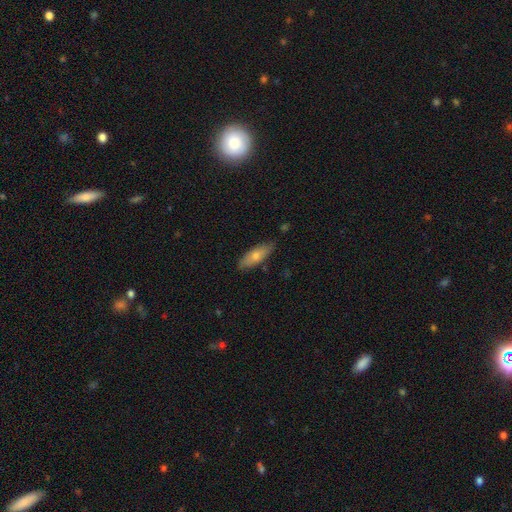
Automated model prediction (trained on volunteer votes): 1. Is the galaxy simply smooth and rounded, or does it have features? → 65% smooth, 27% featured or disk, 7% star or artifact.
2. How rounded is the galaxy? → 55% in between, 43% cigar-shaped, 2% round.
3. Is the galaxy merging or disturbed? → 84% none, 13% minor disturbance, 2% major disturbance, 2% merger.